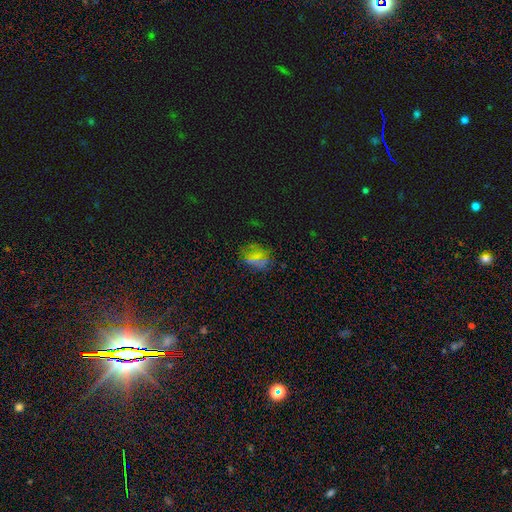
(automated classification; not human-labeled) Morphology: type=smooth (50%); roundness=round (59%); merging=none (76%).